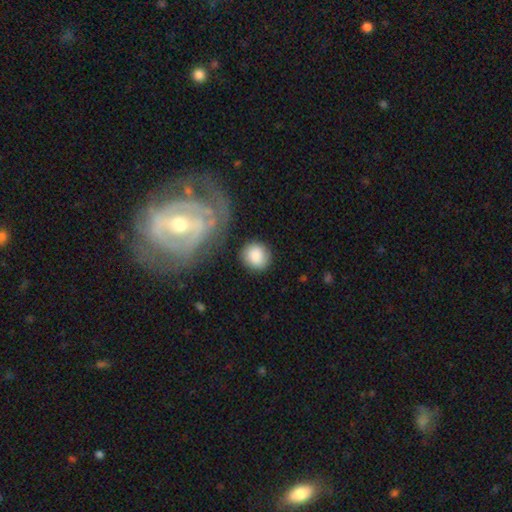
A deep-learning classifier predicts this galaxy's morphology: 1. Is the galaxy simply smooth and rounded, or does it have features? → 85% smooth, 9% featured or disk, 7% star or artifact.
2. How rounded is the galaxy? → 88% round, 11% in between, 1% cigar-shaped.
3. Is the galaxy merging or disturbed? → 77% none, 13% minor disturbance, 5% merger, 5% major disturbance.